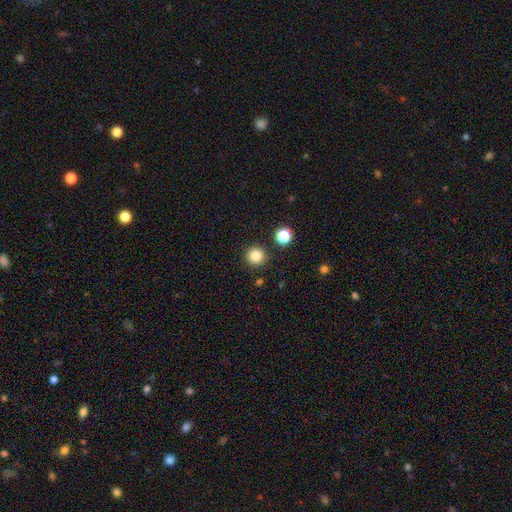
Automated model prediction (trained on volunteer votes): Smooth or featured: smooth — 83% (star or artifact — 12%)
How rounded: round — 95% (in between — 4%)
Merging: none — 91% (minor disturbance — 5%)